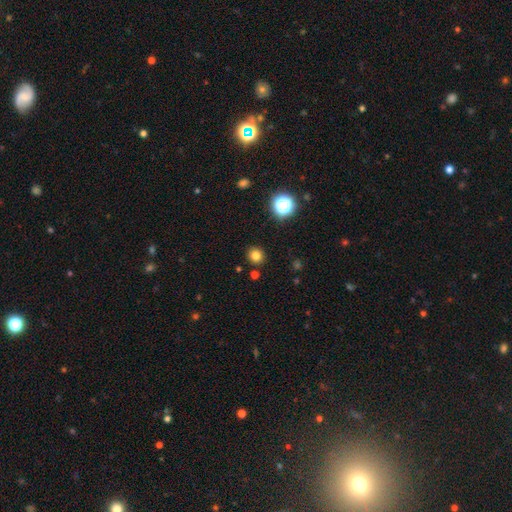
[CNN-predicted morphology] Smooth or featured? smooth (80%)
How rounded? round (86%)
Merging? none (89%)